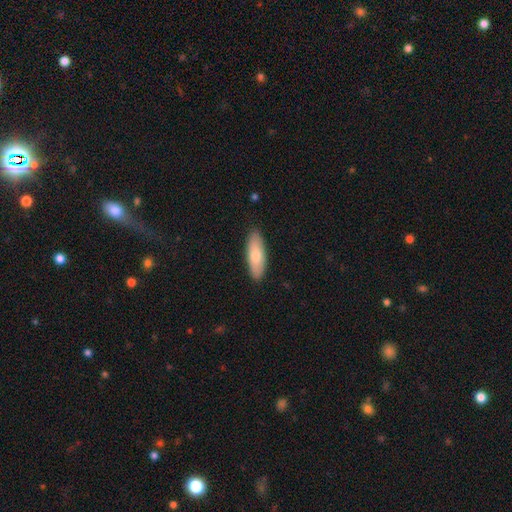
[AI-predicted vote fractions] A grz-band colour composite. It shows a smooth galaxy with no disk features (74%) that is in between round and cigar-shaped (60%). Merging: none (88%).